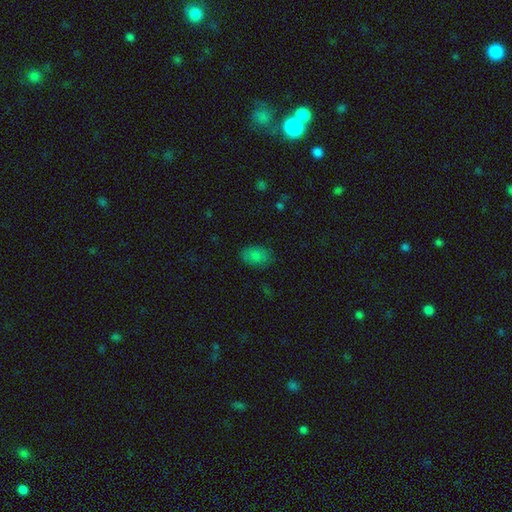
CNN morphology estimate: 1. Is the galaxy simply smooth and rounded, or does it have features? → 83% smooth, 10% star or artifact, 7% featured or disk.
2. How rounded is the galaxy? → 89% in between, 10% round, 1% cigar-shaped.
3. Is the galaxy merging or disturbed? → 81% none, 14% minor disturbance, 3% major disturbance, 1% merger.